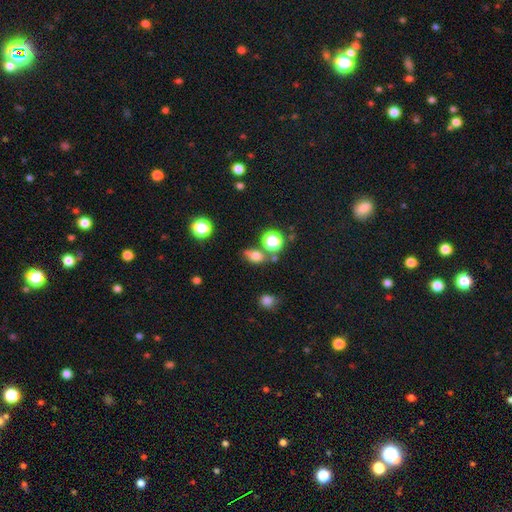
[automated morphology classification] This is likely a smooth galaxy (71%). How rounded: likely in between (61%). Merging: likely none (63%).